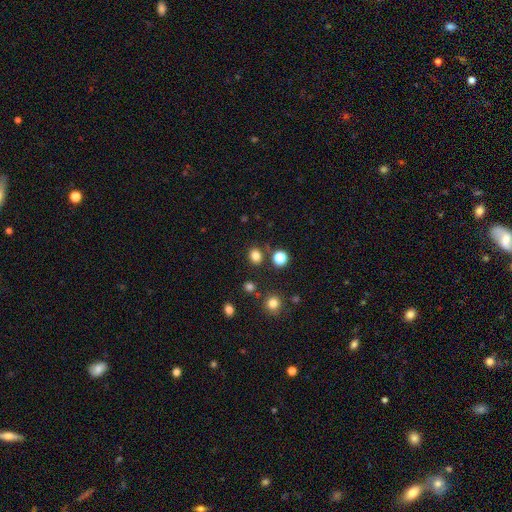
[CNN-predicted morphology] Smooth or featured? Predicted: smooth (p=0.80). How rounded? Predicted: round (p=0.59). Merging? Predicted: none (p=0.82).